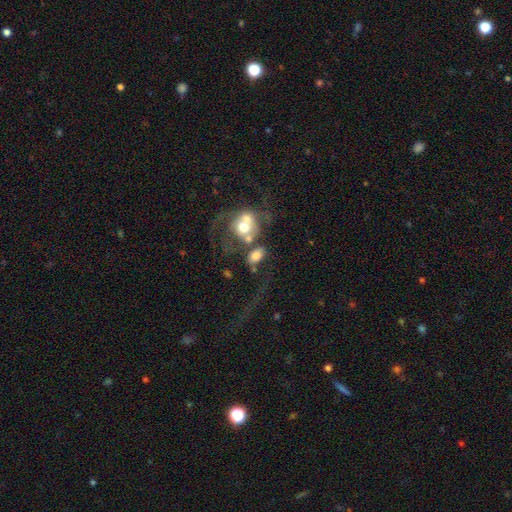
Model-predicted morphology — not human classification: Q: Smooth or featured?
A: smooth (55%); runner-up: featured or disk (35%)
Q: How rounded?
A: in between (66%); runner-up: round (32%)
Q: Merging?
A: merger (54%); runner-up: major disturbance (20%)